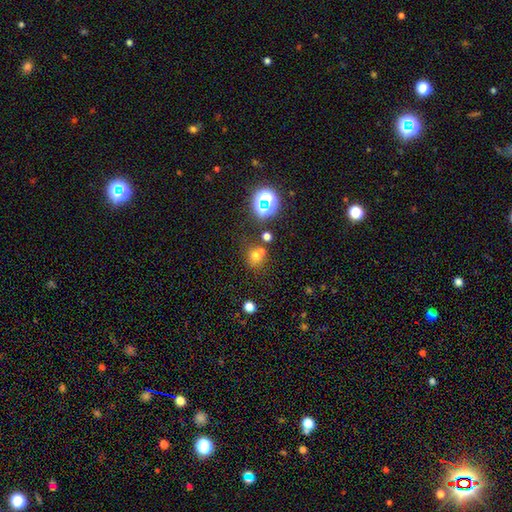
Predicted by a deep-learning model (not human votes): Smooth or featured?
  - smooth: 61% *
  - star or artifact: 27%
  - featured or disk: 12%
How rounded?
  - round: 80% *
  - in between: 19%
  - cigar-shaped: 1%
Merging?
  - none: 55% *
  - merger: 31%
  - minor disturbance: 10%
  - major disturbance: 4%